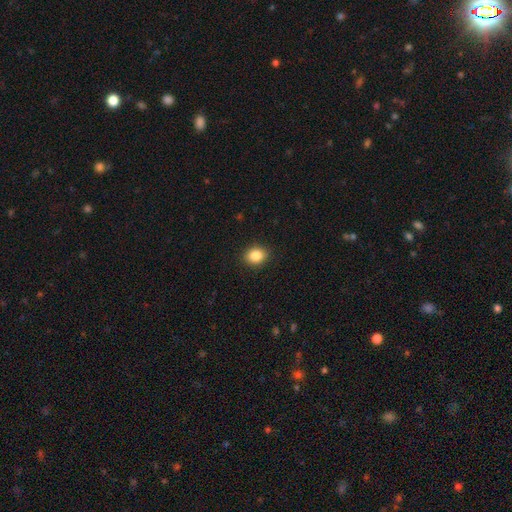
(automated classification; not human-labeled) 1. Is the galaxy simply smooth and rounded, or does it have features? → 85% smooth, 10% star or artifact, 5% featured or disk.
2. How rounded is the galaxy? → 53% round, 46% in between, 1% cigar-shaped.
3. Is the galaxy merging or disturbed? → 90% none, 7% minor disturbance, 2% major disturbance, 1% merger.